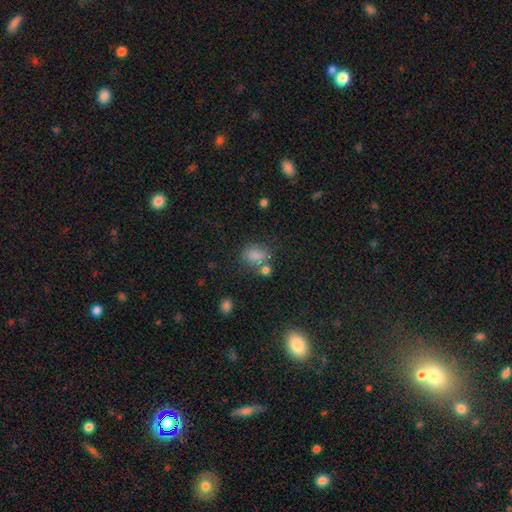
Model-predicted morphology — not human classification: The model was most divided on "how rounded": in between: 61%, round: 38%, cigar-shaped: 1%. More confident: smooth or featured — smooth (79%); merging — none (58%).